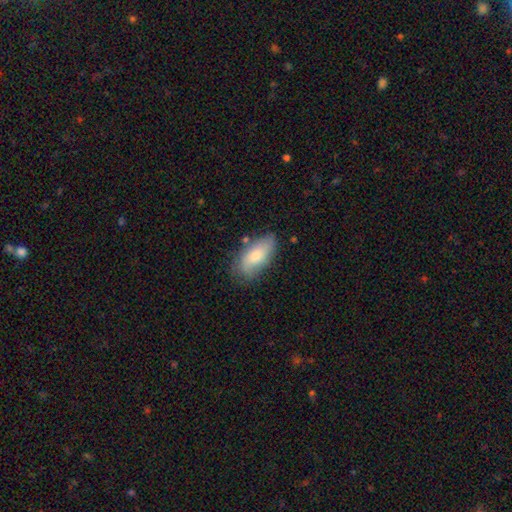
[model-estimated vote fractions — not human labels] Overall: smooth (71%). How rounded: in between (89%). Merging: none (67%).